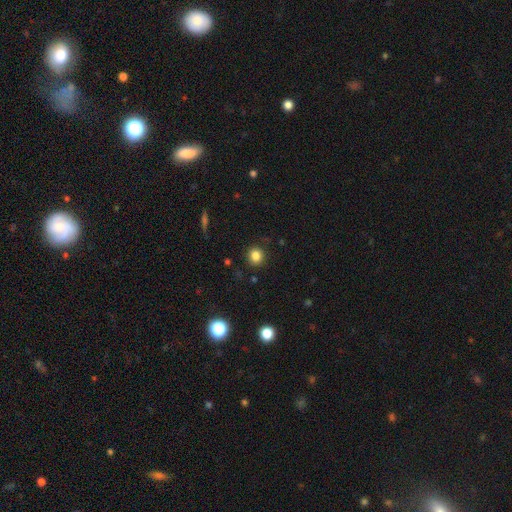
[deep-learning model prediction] Smooth or featured?
  - smooth: 83% *
  - star or artifact: 12%
  - featured or disk: 5%
How rounded?
  - round: 86% *
  - in between: 13%
  - cigar-shaped: 1%
Merging?
  - none: 90% *
  - minor disturbance: 7%
  - major disturbance: 2%
  - merger: 1%